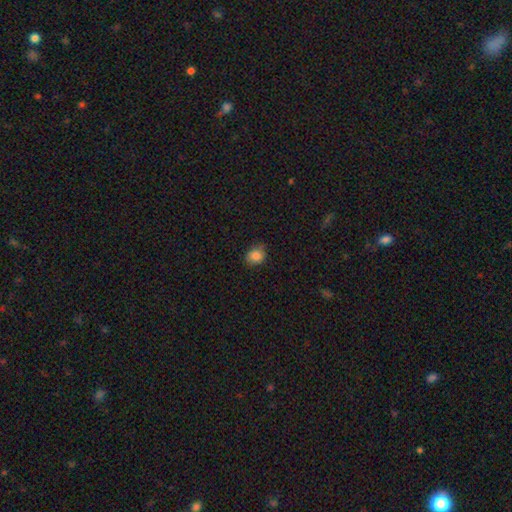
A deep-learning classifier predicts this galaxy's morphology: smooth 84%, star or artifact 10%, featured or disk 6%. Down the decision tree: how rounded — round (62%); merging — none (74%).